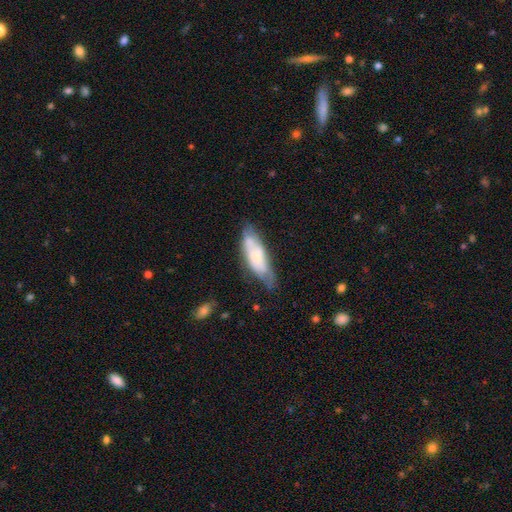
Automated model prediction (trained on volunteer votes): Smooth or featured? Predicted: smooth (p=0.47). Merging? Predicted: none (p=0.53).